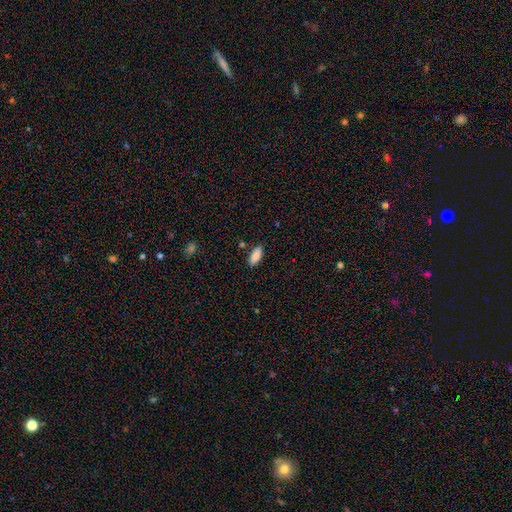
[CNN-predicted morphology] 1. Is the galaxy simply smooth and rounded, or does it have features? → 86% smooth, 7% featured or disk, 7% star or artifact.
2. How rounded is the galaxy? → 82% in between, 16% cigar-shaped, 2% round.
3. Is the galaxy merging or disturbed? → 85% none, 10% minor disturbance, 3% merger, 2% major disturbance.